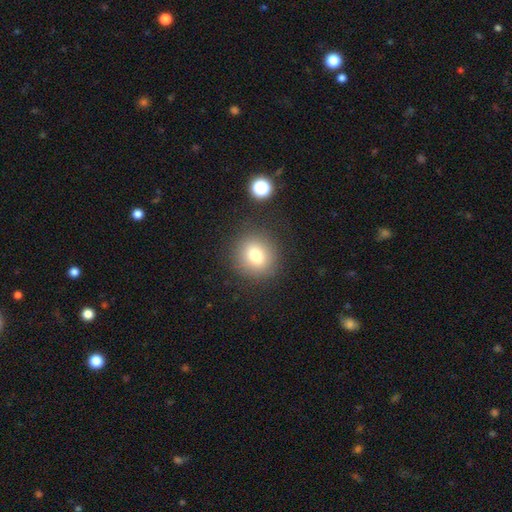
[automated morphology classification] A smooth galaxy with no disk features (76%) that is round (82%). Merging: none (85%).